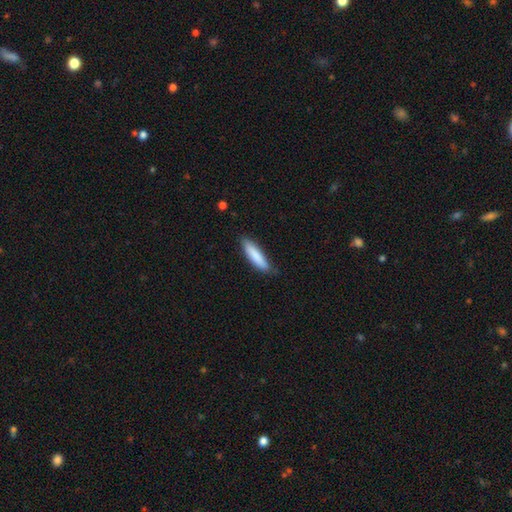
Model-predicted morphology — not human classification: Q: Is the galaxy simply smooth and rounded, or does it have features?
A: smooth — 84%.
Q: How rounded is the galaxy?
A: cigar-shaped — 74%.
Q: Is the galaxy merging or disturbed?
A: none — 81%.